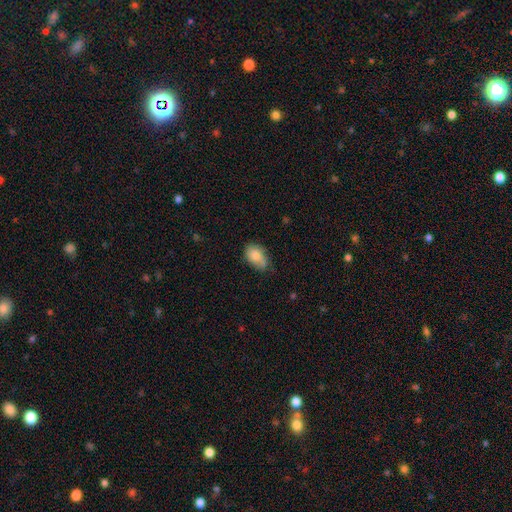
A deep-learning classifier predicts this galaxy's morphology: smooth 77%, featured or disk 15%, star or artifact 8%. Down the decision tree: how rounded — in between (87%); merging — none (48%).